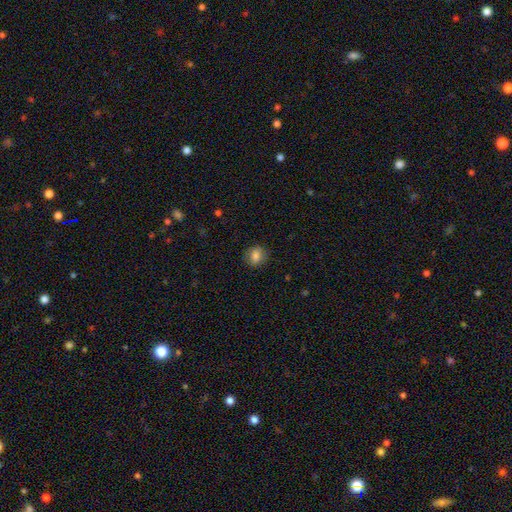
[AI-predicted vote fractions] Smooth or featured? Predicted: smooth (p=0.81). How rounded? Predicted: round (p=0.70). Merging? Predicted: none (p=0.86).